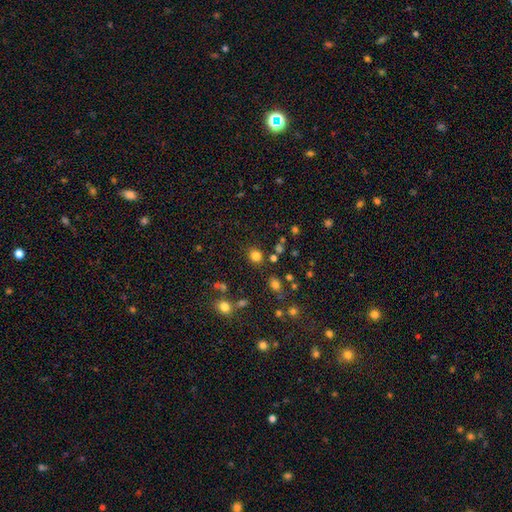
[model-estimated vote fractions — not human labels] This is clearly a smooth galaxy (80%). How rounded: likely round (79%). Merging: clearly none (83%).